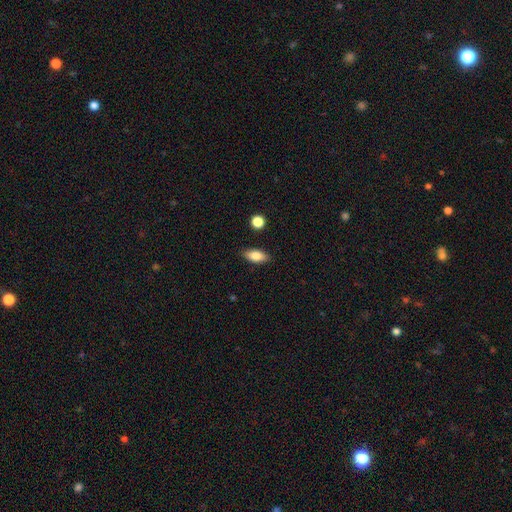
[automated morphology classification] smooth 83%, featured or disk 10%, star or artifact 7%. Down the decision tree: how rounded — in between (86%); merging — none (87%).